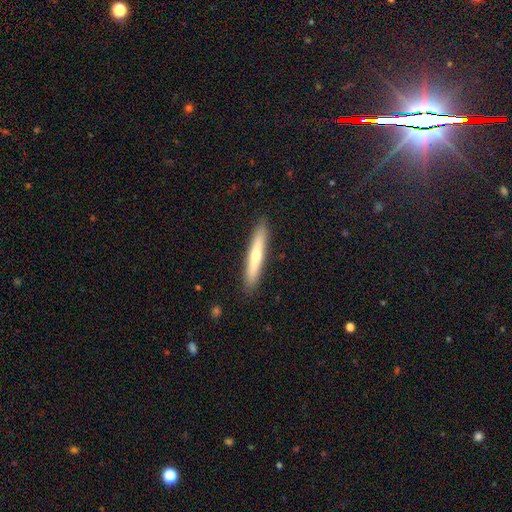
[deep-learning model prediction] Smooth or featured? Predicted: smooth (p=0.51). How rounded? Predicted: cigar-shaped (p=0.93). Merging? Predicted: none (p=0.91).